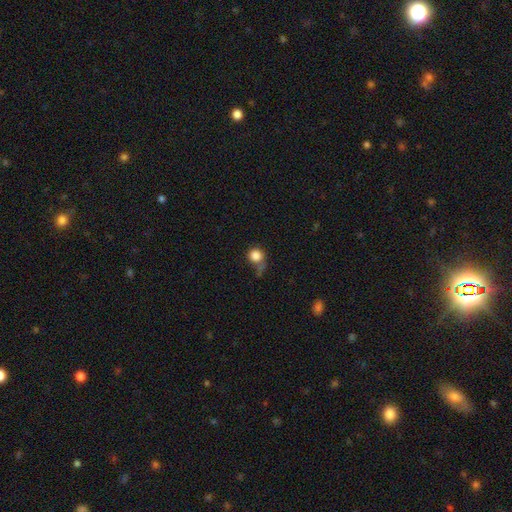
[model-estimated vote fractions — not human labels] Morphology: type=smooth (84%); roundness=round (86%); merging=none (51%).